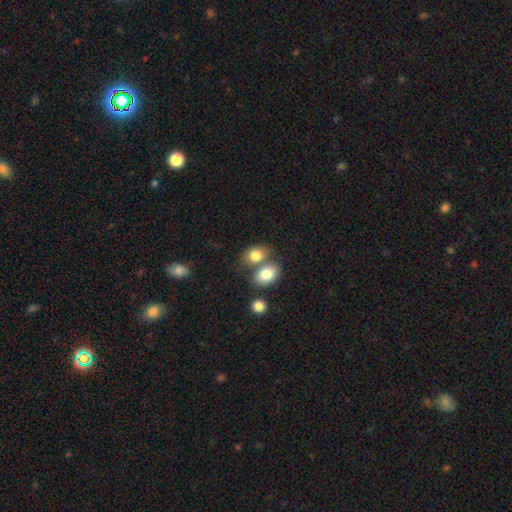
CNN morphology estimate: A smooth galaxy with no disk features (82%) that is in between round and cigar-shaped (66%).

Vote fractions:
- Smooth or featured? smooth: 82% / featured or disk: 10% / star or artifact: 9%
- How rounded? in between: 66% / round: 33% / cigar-shaped: 1%
- Merging? merger: 47% / none: 40% / minor disturbance: 10% / major disturbance: 4%